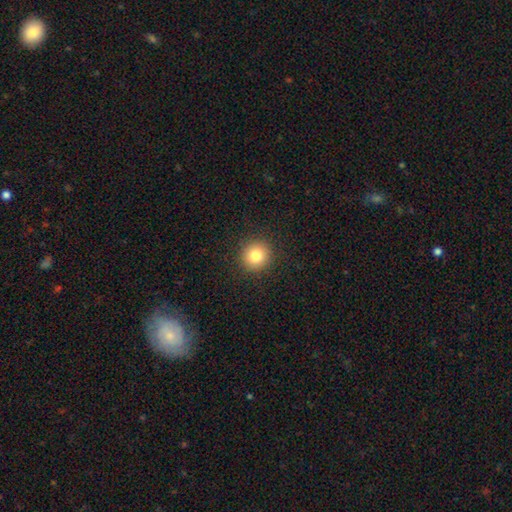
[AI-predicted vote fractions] Q: Smooth or featured?
A: smooth (82%); runner-up: star or artifact (11%)
Q: How rounded?
A: round (93%); runner-up: in between (6%)
Q: Merging?
A: none (92%); runner-up: minor disturbance (5%)